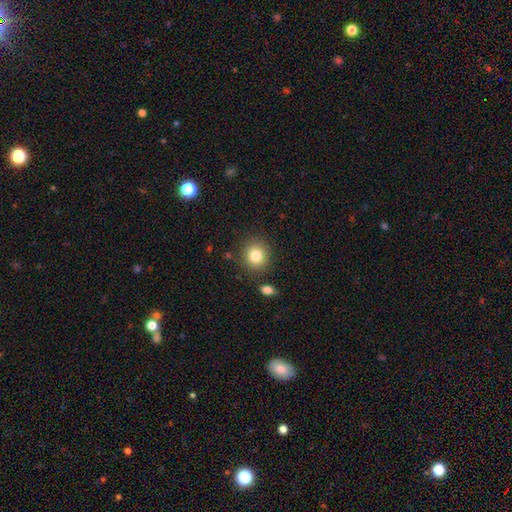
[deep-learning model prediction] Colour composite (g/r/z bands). It shows a smooth galaxy with no disk features (83%) that is round (85%). Merging: none (85%).